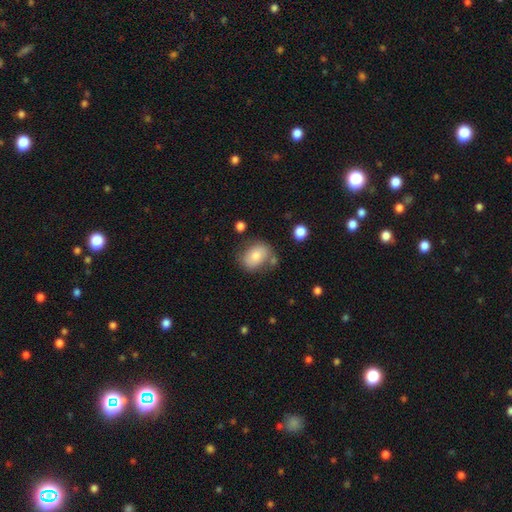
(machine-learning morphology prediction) Smooth or featured? Predicted: smooth (p=0.75). How rounded? Predicted: in between (p=0.67). Merging? Predicted: none (p=0.64).